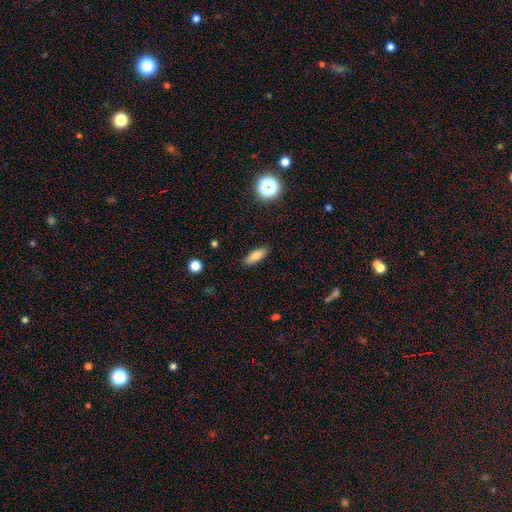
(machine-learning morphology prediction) A smooth galaxy with no disk features (79%) that is in between round and cigar-shaped (63%). Merging: none (89%).